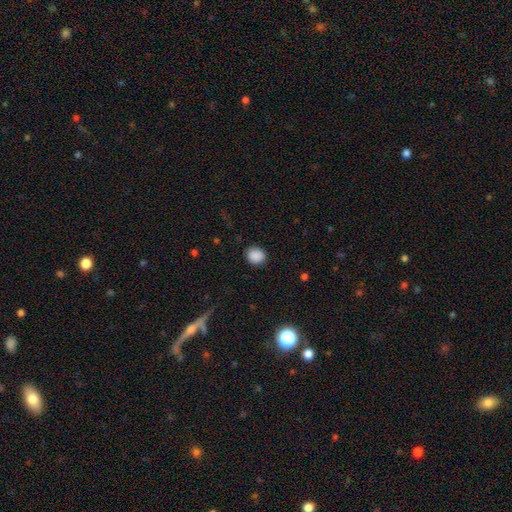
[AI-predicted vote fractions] Smooth or featured? Predicted: smooth (p=0.88). How rounded? Predicted: round (p=0.75). Merging? Predicted: none (p=0.87).